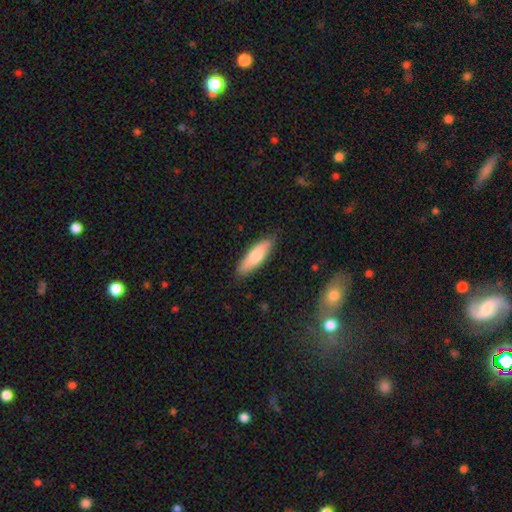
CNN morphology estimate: A smooth galaxy with no disk features (77%) that is cigar-shaped (50%). Merging: none (84%).